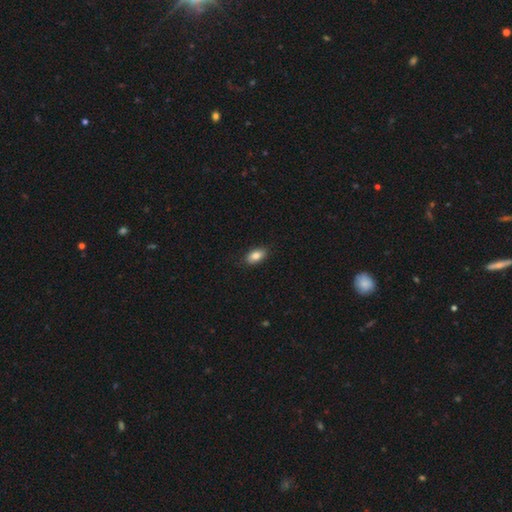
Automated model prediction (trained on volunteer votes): Smooth or featured? smooth (83%)
How rounded? in between (91%)
Merging? none (86%)